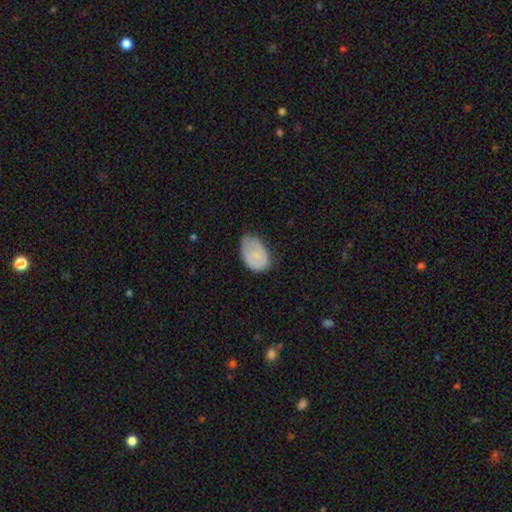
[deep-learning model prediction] smooth_or_featured: smooth (p=0.78) [alt: featured or disk p=0.16]
how_rounded: in between (p=0.89) [alt: round p=0.10]
merging: minor disturbance (p=0.44) [alt: none p=0.43]